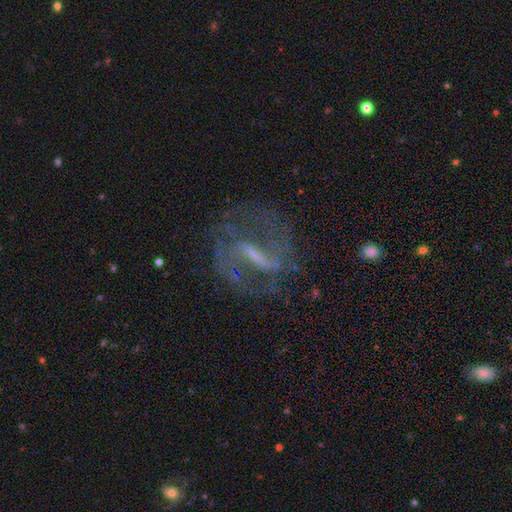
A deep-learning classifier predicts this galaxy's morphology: Smooth or featured? Predicted: featured or disk (p=0.82). Edge-on disk? Predicted: no (p=0.92). Bar? Predicted: strong (p=0.58). Spiral arms? Predicted: yes (p=0.88). Spiral winding? Predicted: medium (p=0.52). Spiral arm count? Predicted: 2 (p=0.82). Bulge size? Predicted: small (p=0.41). Merging? Predicted: none (p=0.71).